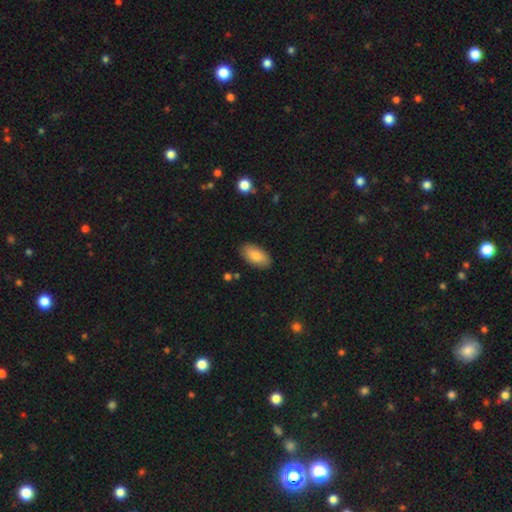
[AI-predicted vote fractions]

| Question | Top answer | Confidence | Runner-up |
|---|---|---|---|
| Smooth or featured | smooth | 87% | featured or disk (7%) |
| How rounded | in between | 94% | cigar-shaped (4%) |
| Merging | none | 87% | minor disturbance (10%) |